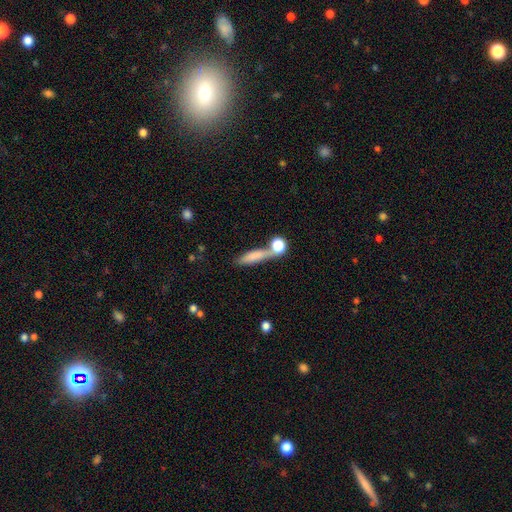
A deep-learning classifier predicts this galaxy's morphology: Q: Smooth or featured?
A: smooth (72%); runner-up: featured or disk (19%)
Q: How rounded?
A: cigar-shaped (68%); runner-up: in between (24%)
Q: Merging?
A: none (51%); runner-up: merger (27%)